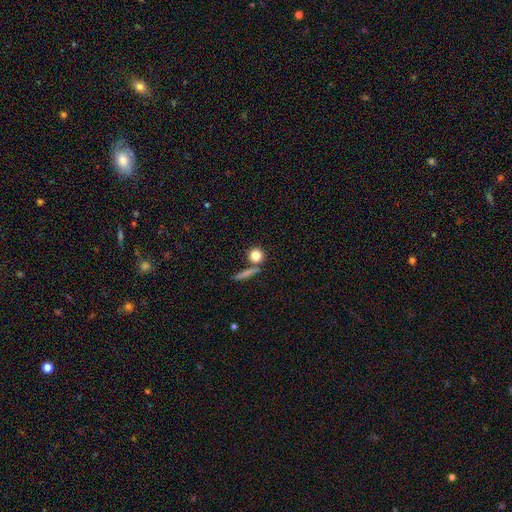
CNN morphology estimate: Smooth or featured? Predicted: smooth (p=0.82). How rounded? Predicted: round (p=0.87). Merging? Predicted: none (p=0.72).